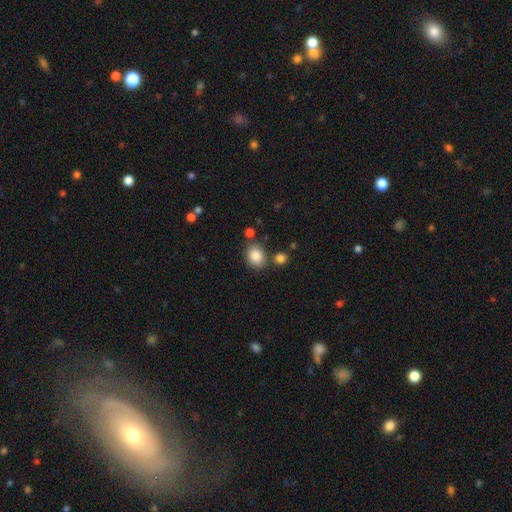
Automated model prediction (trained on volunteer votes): A smooth galaxy with no disk features (85%) that is round (50%). Merging: none (77%).